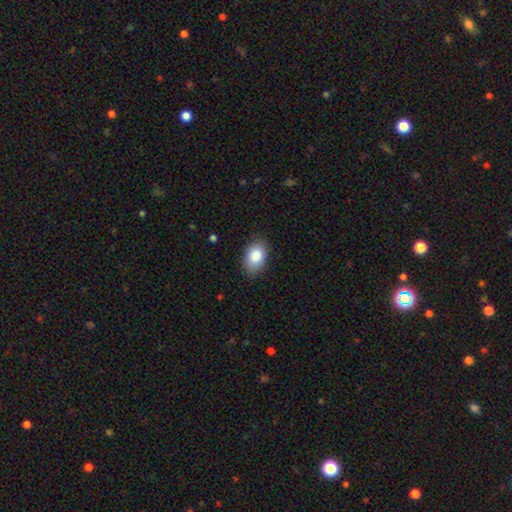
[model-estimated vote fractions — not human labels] Overall: smooth (87%). How rounded: in between (89%). Merging: none (83%).